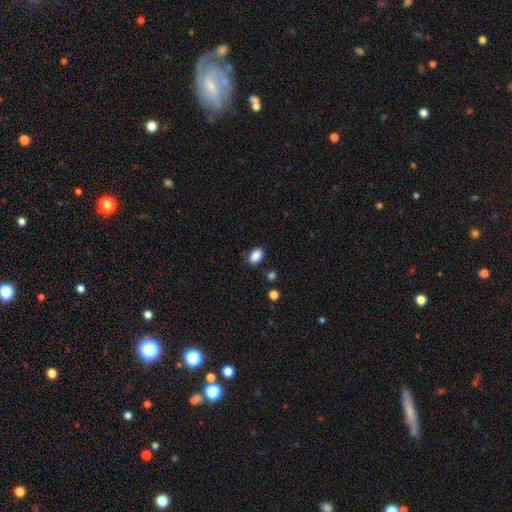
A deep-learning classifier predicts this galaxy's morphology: A smooth galaxy with no disk features (88%) that is in between round and cigar-shaped (87%). Merging: none (81%).